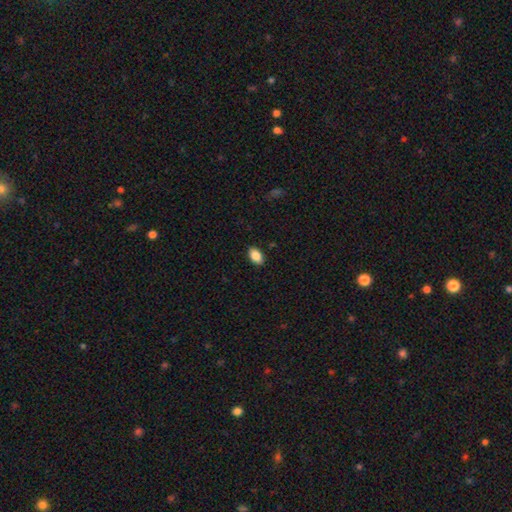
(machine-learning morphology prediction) Overall: smooth (87%). How rounded: in between (91%). Merging: none (88%).